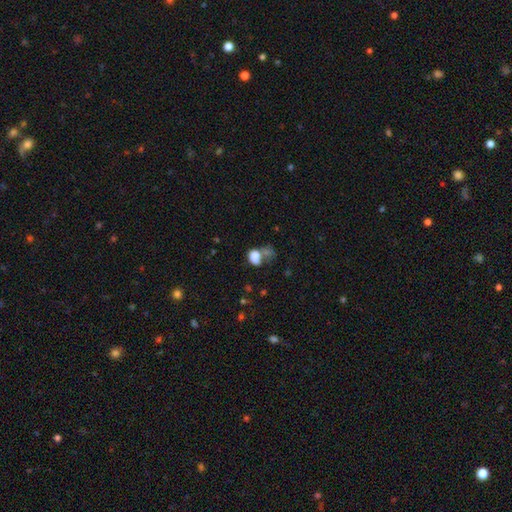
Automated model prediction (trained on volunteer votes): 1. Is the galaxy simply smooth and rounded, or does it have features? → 76% smooth, 13% featured or disk, 11% star or artifact.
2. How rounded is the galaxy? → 61% in between, 37% round, 1% cigar-shaped.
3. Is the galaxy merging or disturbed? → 39% merger, 25% none, 21% major disturbance, 15% minor disturbance.